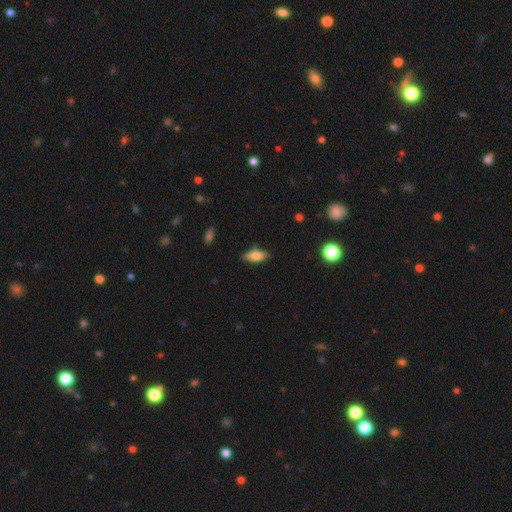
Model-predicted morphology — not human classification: The model was most divided on "smooth or featured": smooth: 70%, featured or disk: 22%, star or artifact: 8%. More confident: merging — none (80%); how rounded — in between (78%).